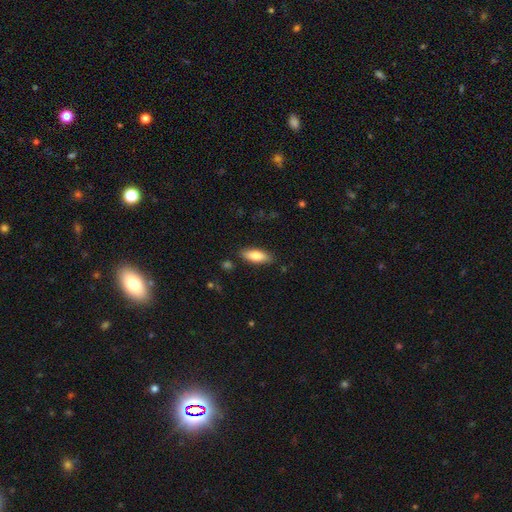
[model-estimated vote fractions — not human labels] This appears to be a smooth galaxy with no disk features (81%) that is in between round and cigar-shaped (69%). Merging: none (85%).